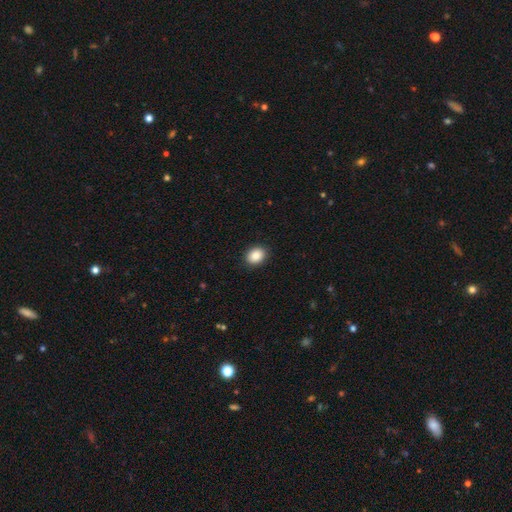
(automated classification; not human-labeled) Smooth or featured? smooth (88%)
How rounded? in between (57%)
Merging? none (90%)